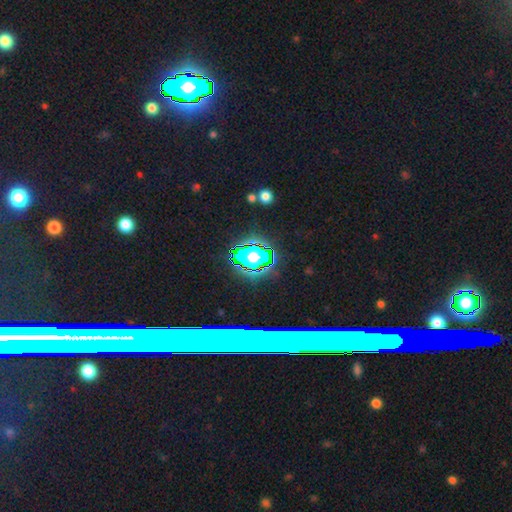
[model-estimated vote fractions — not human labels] The model was most divided on "smooth or featured": star or artifact: 69%, smooth: 17%, featured or disk: 14%.